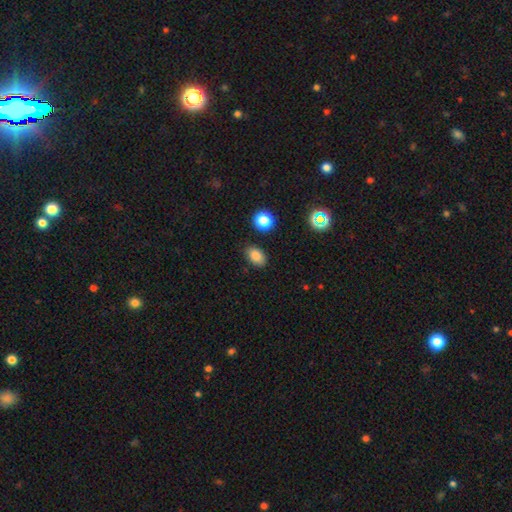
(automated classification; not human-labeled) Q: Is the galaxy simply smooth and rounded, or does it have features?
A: smooth — 83%.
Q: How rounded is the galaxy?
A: in between — 85%.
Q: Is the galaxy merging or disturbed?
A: none — 85%.